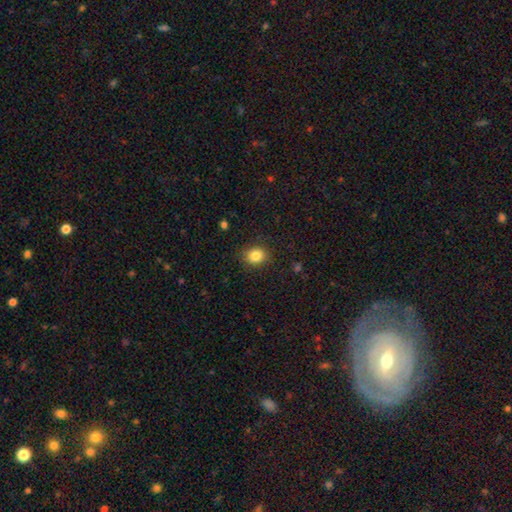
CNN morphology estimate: A smooth galaxy with no disk features (84%) that is round (67%). Merging: none (87%).